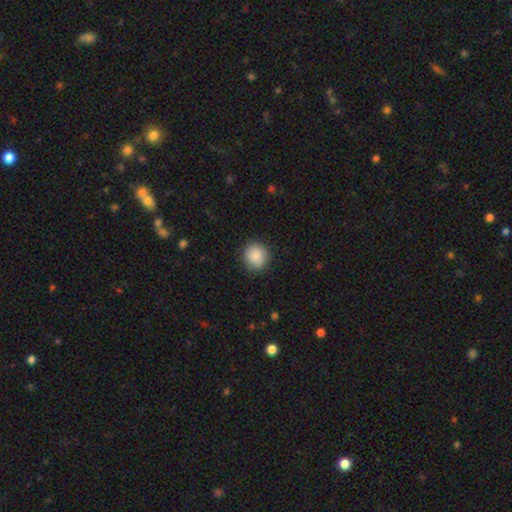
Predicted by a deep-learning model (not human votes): Smooth or featured: smooth — 88% (star or artifact — 7%)
How rounded: round — 90% (in between — 9%)
Merging: none — 89% (minor disturbance — 8%)